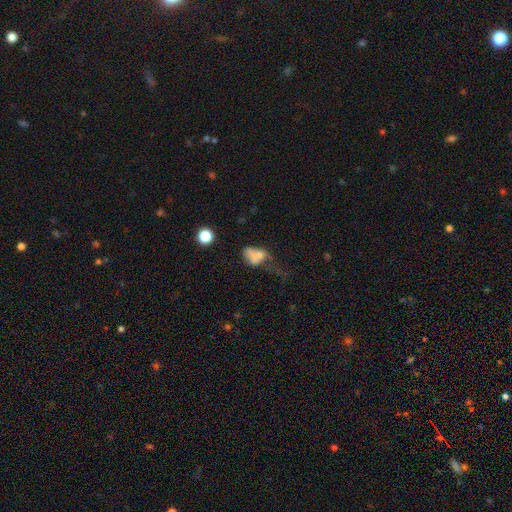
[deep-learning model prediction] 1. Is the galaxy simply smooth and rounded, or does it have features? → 61% smooth, 25% featured or disk, 14% star or artifact.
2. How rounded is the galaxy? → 74% in between, 22% round, 4% cigar-shaped.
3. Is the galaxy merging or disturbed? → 38% major disturbance, 27% merger, 18% none, 17% minor disturbance.